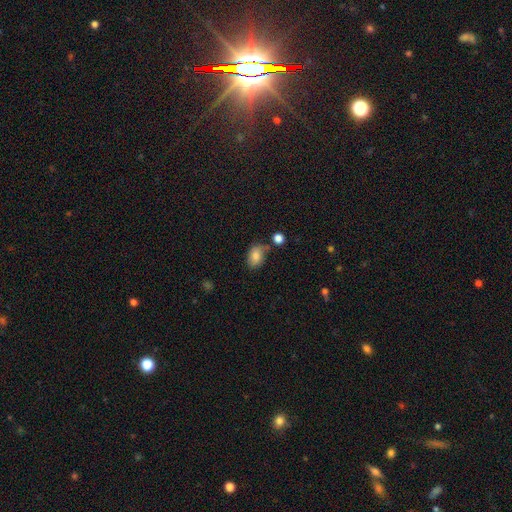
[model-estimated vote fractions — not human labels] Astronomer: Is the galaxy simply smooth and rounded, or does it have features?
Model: smooth — 80%.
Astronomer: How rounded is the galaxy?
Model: in between — 79%.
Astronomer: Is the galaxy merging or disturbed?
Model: none — 54%.